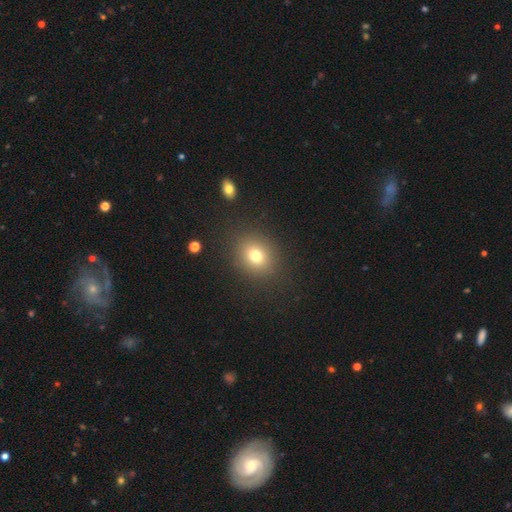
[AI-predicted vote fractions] This appears to be a smooth galaxy with no disk features (76%) that is round (69%). Merging: none (87%).